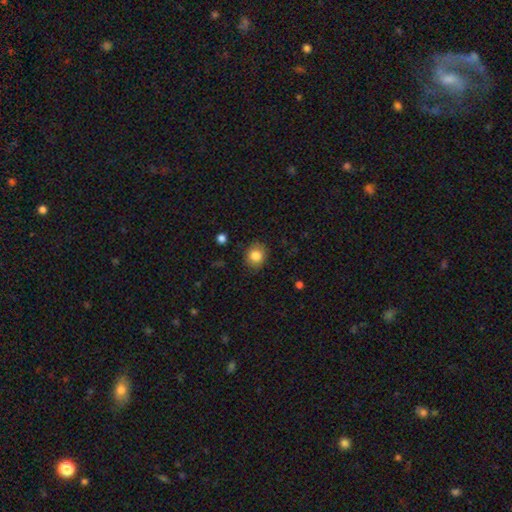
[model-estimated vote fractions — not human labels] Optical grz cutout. It shows a smooth galaxy with no disk features (83%) that is round (72%). Merging: none (86%).